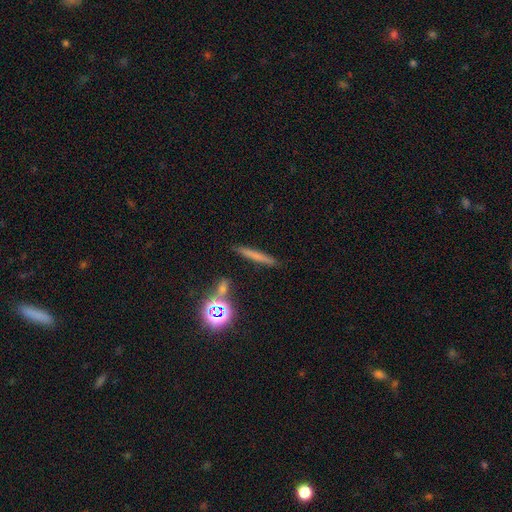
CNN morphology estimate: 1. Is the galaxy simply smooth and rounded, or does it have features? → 61% smooth, 24% featured or disk, 15% star or artifact.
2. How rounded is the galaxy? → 93% cigar-shaped, 4% in between, 3% round.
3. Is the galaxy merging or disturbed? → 86% none, 8% minor disturbance, 4% merger, 2% major disturbance.